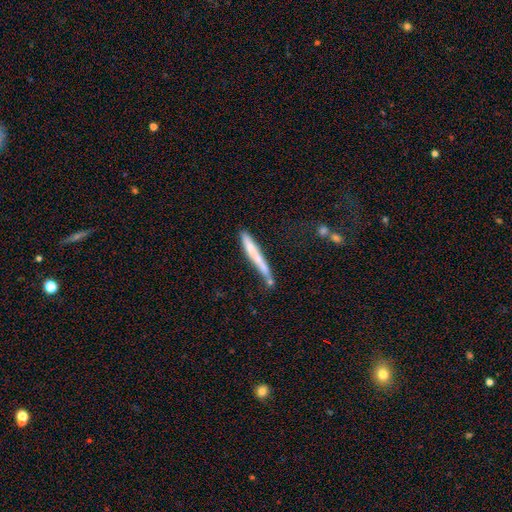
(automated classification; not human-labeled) Overall: smooth (60%; featured or disk 33%). How rounded: cigar-shaped (96%). Merging: none (59%; minor disturbance 24%).